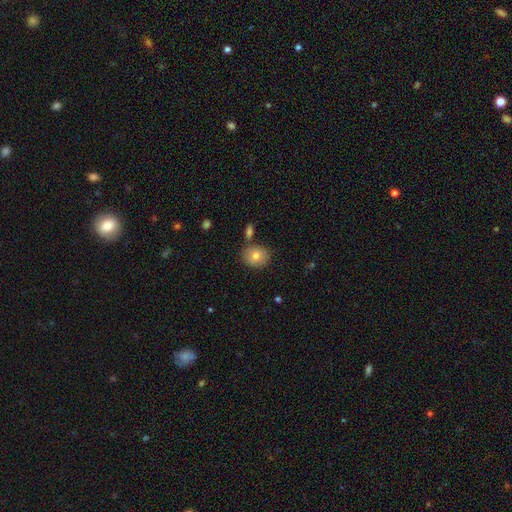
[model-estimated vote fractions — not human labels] Smooth or featured? Predicted: smooth (p=0.79). How rounded? Predicted: round (p=0.61). Merging? Predicted: none (p=0.76).